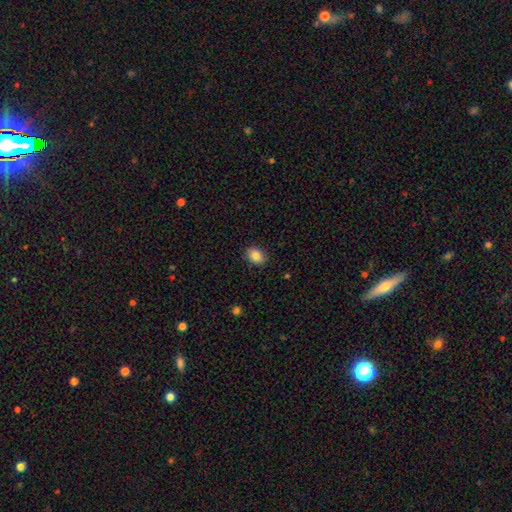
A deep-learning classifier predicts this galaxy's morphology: type=smooth (86%); roundness=in between (69%); merging=none (89%).